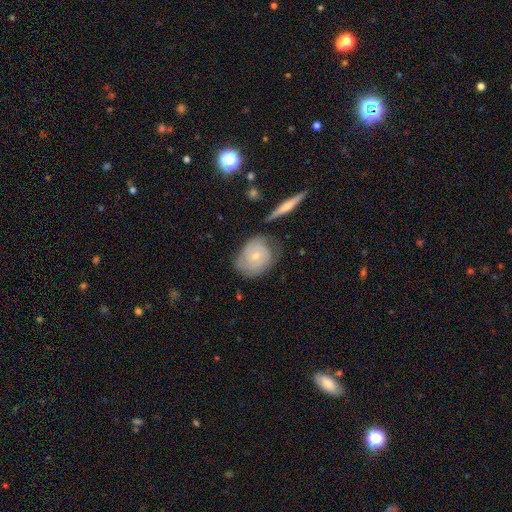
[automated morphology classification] Smooth or featured?
  - featured or disk: 55% *
  - smooth: 38%
  - star or artifact: 7%
Edge-on disk?
  - no: 93% *
  - yes: 7%
Bar?
  - no: 76% *
  - weak: 21%
  - strong: 4%
Spiral arms?
  - yes: 77% *
  - no: 23%
Bulge size?
  - small: 67% *
  - moderate: 29%
  - none: 2%
  - large: 1%
  - dominant: 1%
Merging?
  - none: 60% *
  - minor disturbance: 25%
  - major disturbance: 9%
  - merger: 6%